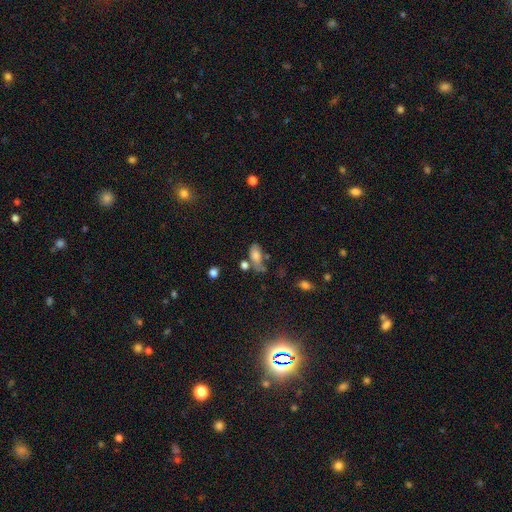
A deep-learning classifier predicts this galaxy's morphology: Smooth or featured?
  - smooth: 72% *
  - featured or disk: 16%
  - star or artifact: 12%
How rounded?
  - in between: 87% *
  - cigar-shaped: 7%
  - round: 6%
Merging?
  - none: 35% *
  - minor disturbance: 24%
  - merger: 22%
  - major disturbance: 19%